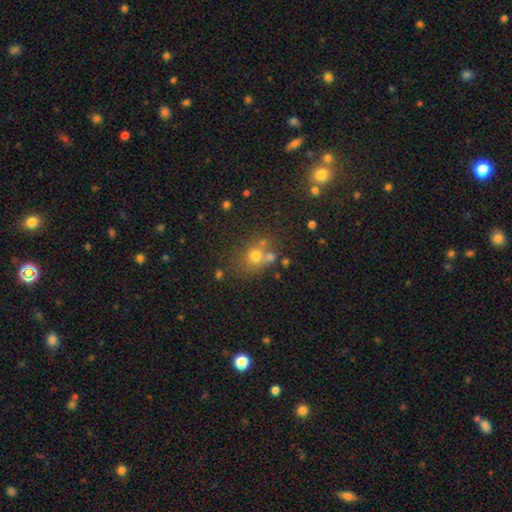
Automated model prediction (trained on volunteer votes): The model was most divided on "merging": none: 54%, merger: 26%, minor disturbance: 13%, major disturbance: 7%. More confident: how rounded — round (74%); smooth or featured — smooth (68%).